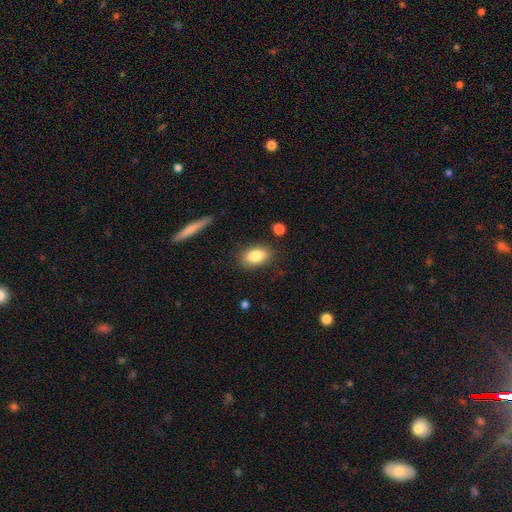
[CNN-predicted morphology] Overall: smooth (84%). How rounded: in between (88%). Merging: none (82%).